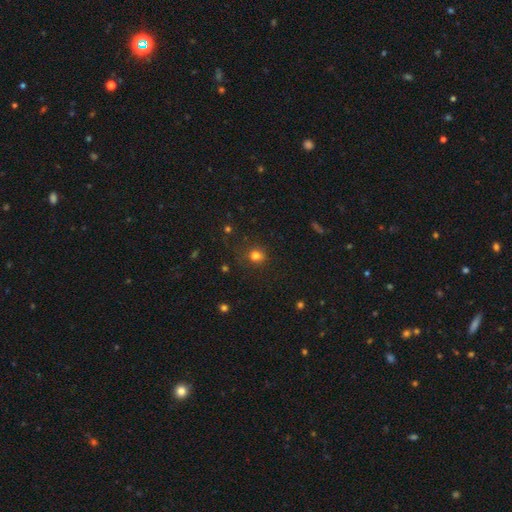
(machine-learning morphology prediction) This appears to be a smooth galaxy with no disk features (78%) that is round (80%). Merging: none (78%).